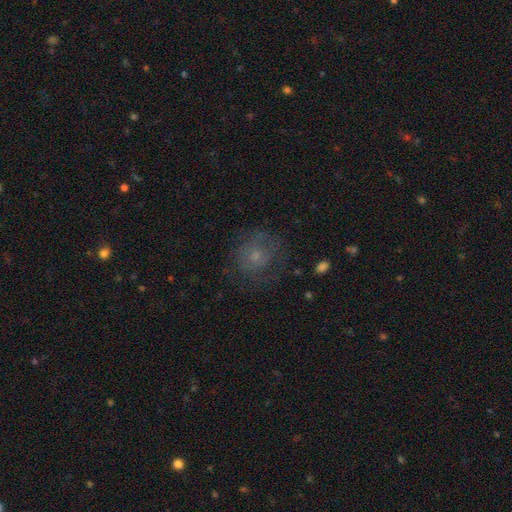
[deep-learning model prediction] A smooth galaxy with no disk features (54%) that is round (84%).

Vote fractions:
- Smooth or featured? smooth: 54% / featured or disk: 31% / star or artifact: 14%
- How rounded? round: 84% / in between: 15% / cigar-shaped: 1%
- Merging? none: 65% / minor disturbance: 19% / major disturbance: 15% / merger: 1%